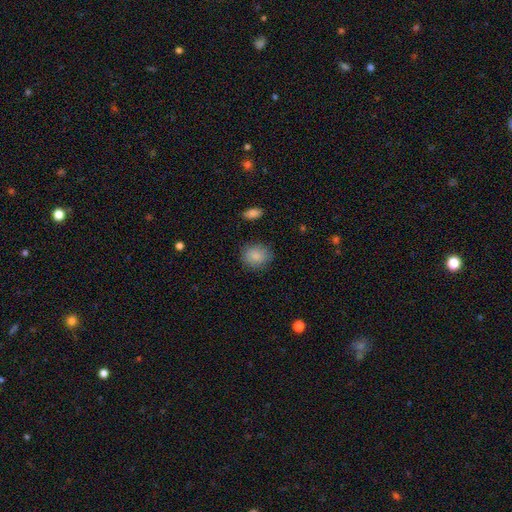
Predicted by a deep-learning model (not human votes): The model was most divided on "how rounded": round: 62%, in between: 37%, cigar-shaped: 1%. More confident: smooth or featured — smooth (87%); merging — none (82%).